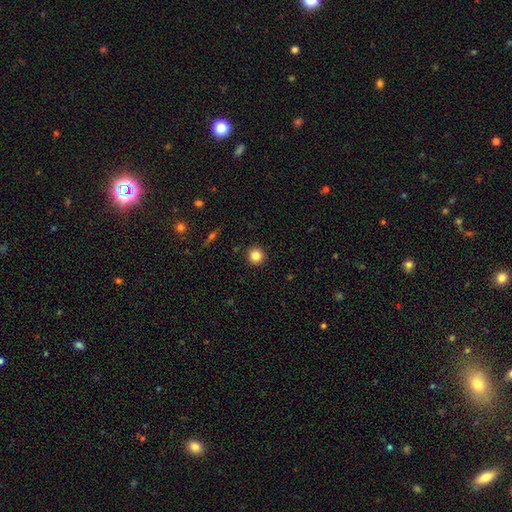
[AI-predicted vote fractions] smooth-or-featured: smooth: 83% | star or artifact: 11% | featured or disk: 6%
  how-rounded: round: 95% | in between: 4% | cigar-shaped: 1%
  merging: none: 92% | minor disturbance: 5% | major disturbance: 2% | merger: 1%